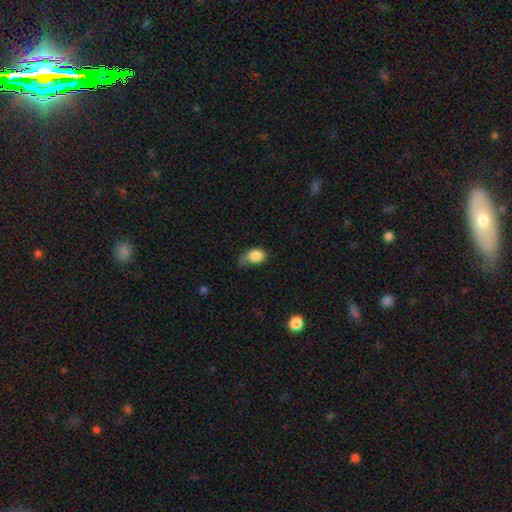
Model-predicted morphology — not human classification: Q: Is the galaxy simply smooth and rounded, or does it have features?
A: smooth — 84%.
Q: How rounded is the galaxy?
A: in between — 60%.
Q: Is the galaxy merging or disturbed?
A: minor disturbance — 42%.